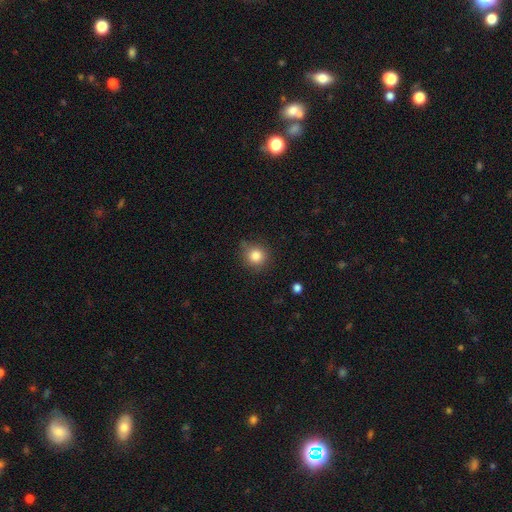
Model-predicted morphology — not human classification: A smooth galaxy with no disk features (84%) that is round (91%).

Vote fractions:
- Smooth or featured? smooth: 84% / star or artifact: 11% / featured or disk: 6%
- How rounded? round: 91% / in between: 8% / cigar-shaped: 1%
- Merging? none: 78% / minor disturbance: 16% / major disturbance: 4% / merger: 2%